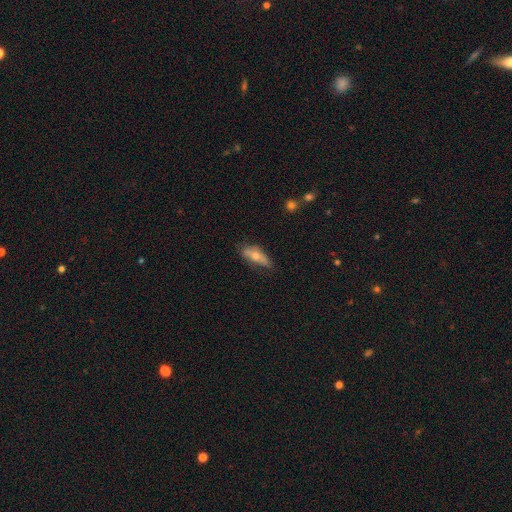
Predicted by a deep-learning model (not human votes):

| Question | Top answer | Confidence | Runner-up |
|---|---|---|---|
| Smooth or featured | smooth | 49% | featured or disk (44%) |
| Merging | none | 61% | minor disturbance (29%) |